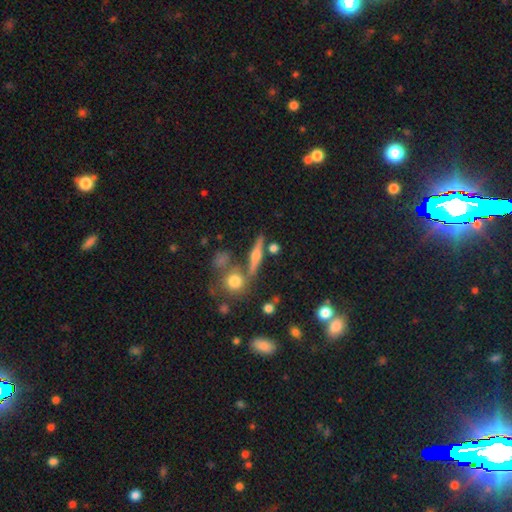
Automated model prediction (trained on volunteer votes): Q: Smooth or featured?
A: featured or disk (64%); runner-up: smooth (27%)
Q: Edge-on disk?
A: yes (94%); runner-up: no (6%)
Q: Edge-on bulge?
A: rounded (92%); runner-up: boxy (4%)
Q: Merging?
A: none (77%); runner-up: merger (10%)